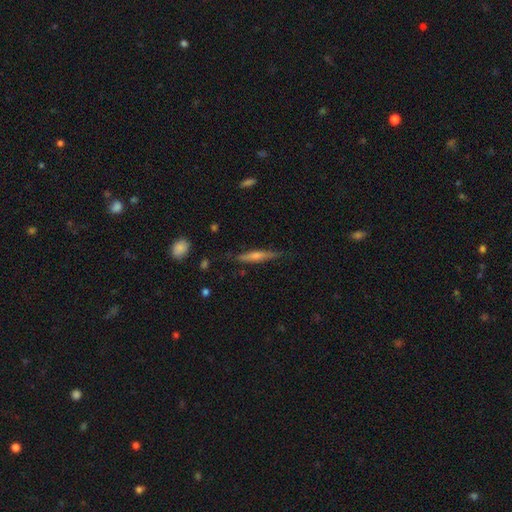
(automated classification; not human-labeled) Smooth or featured: featured or disk — 62% (smooth — 28%)
Edge-on disk: yes — 94% (no — 6%)
Edge-on bulge: rounded — 72% (none — 16%)
Merging: none — 83% (minor disturbance — 12%)